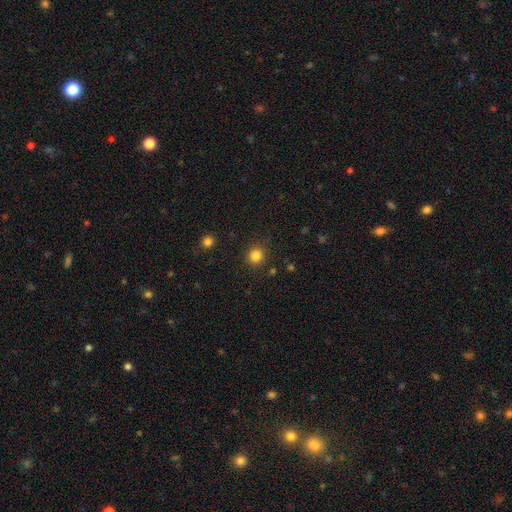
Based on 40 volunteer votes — Overall: smooth (88%). How rounded: round (91%). Merging: none (94%).